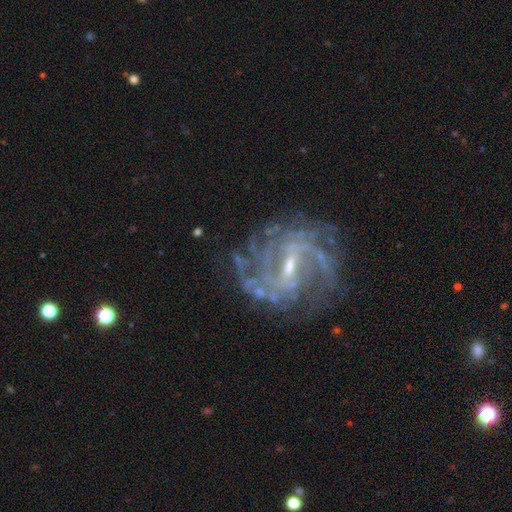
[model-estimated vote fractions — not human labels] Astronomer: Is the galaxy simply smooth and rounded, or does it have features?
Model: featured or disk — 88%.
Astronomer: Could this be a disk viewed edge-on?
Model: no — 97%.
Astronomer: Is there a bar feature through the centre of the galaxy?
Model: weak — 48% (runner-up: strong, 39%).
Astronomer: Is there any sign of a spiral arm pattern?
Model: yes — 96%.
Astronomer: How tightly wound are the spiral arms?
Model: tight — 45% (runner-up: medium, 42%).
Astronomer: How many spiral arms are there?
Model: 2 — 26% (runner-up: can't tell, 25%).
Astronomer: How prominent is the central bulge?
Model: small — 64%.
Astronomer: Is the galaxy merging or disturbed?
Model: none — 75%.